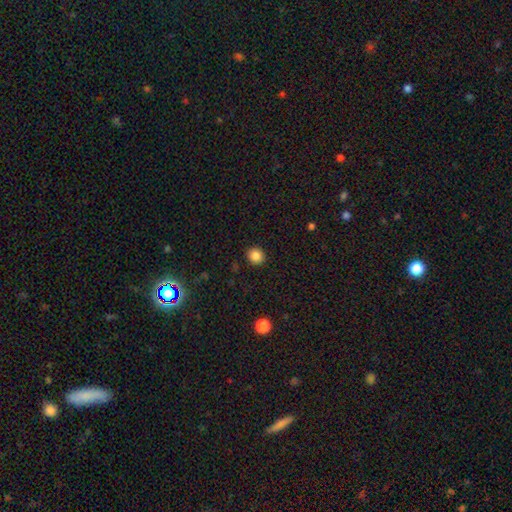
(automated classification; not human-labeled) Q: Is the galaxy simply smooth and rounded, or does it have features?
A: smooth — 84%.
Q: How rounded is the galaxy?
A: round — 83%.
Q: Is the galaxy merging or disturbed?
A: none — 91%.